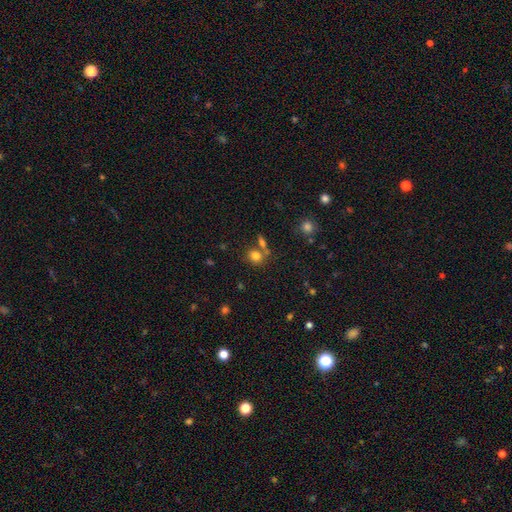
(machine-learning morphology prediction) smooth-or-featured: smooth: 78% | star or artifact: 14% | featured or disk: 8%
  how-rounded: round: 69% | in between: 30% | cigar-shaped: 1%
  merging: none: 60% | merger: 24% | minor disturbance: 11% | major disturbance: 5%